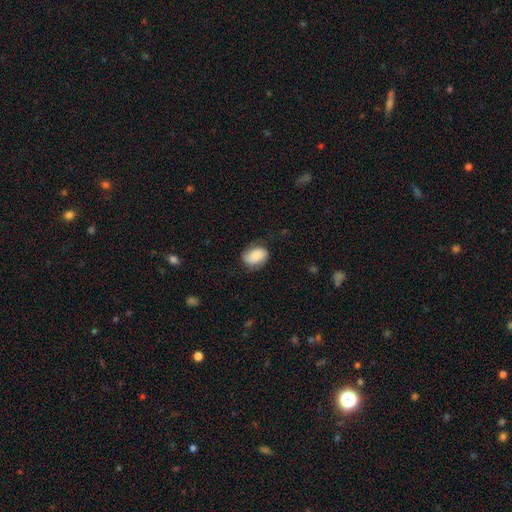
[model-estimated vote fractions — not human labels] This is likely a smooth galaxy (72%). How rounded: likely in between (77%). Merging: likely none (69%).